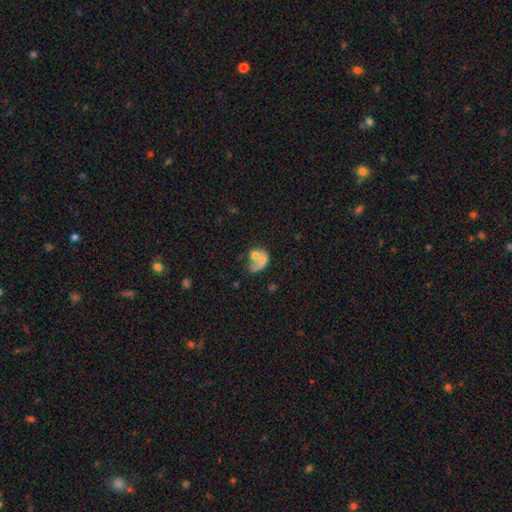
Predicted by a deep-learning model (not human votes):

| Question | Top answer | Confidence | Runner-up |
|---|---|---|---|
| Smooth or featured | smooth | 52% | featured or disk (39%) |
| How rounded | in between | 61% | round (37%) |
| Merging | merger | 50% | major disturbance (21%) |